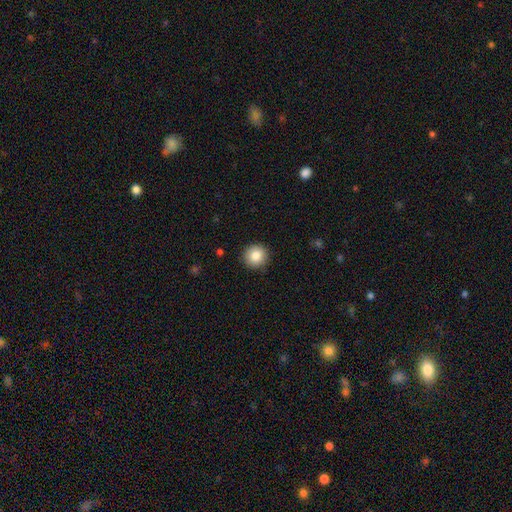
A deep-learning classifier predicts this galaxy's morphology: Smooth or featured: smooth — 85% (star or artifact — 9%)
How rounded: round — 93% (in between — 6%)
Merging: none — 91% (minor disturbance — 6%)